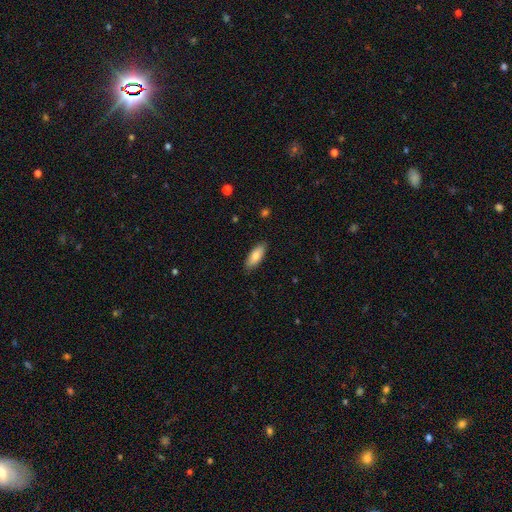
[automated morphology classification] Q: Smooth or featured?
A: smooth (82%); runner-up: featured or disk (11%)
Q: How rounded?
A: in between (76%); runner-up: cigar-shaped (22%)
Q: Merging?
A: none (86%); runner-up: minor disturbance (11%)